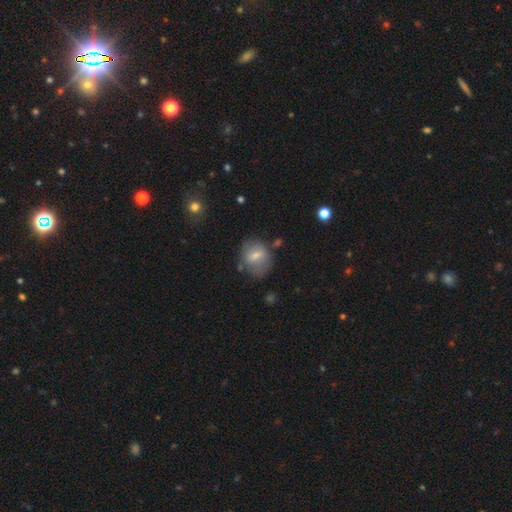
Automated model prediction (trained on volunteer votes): Smooth or featured?
  - smooth: 62% *
  - featured or disk: 29%
  - star or artifact: 9%
How rounded?
  - round: 51% *
  - in between: 47%
  - cigar-shaped: 2%
Merging?
  - none: 60% *
  - minor disturbance: 24%
  - major disturbance: 11%
  - merger: 5%